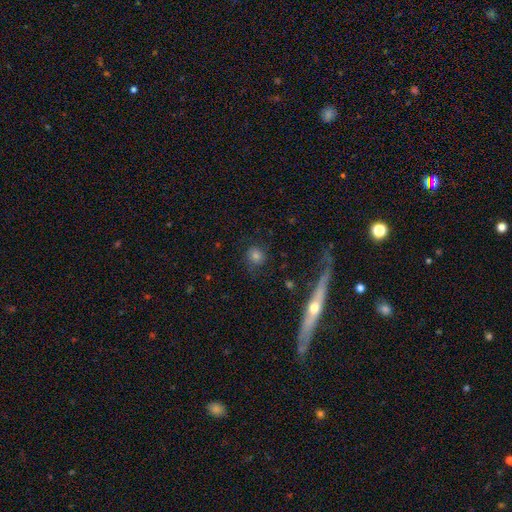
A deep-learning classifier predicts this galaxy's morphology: Overall: smooth (60%; featured or disk 28%). How rounded: round (85%). Merging: none (81%).